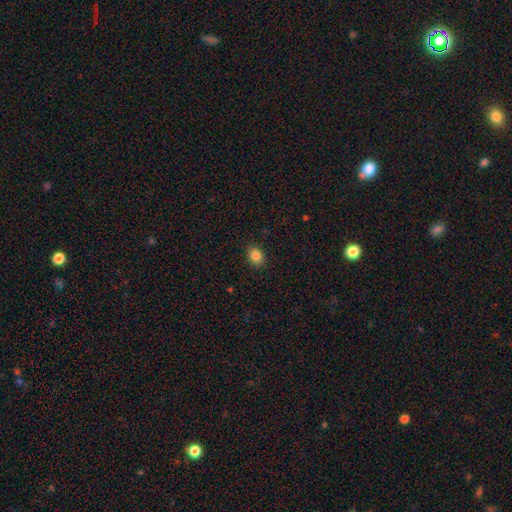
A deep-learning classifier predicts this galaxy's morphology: smooth_or_featured: smooth (p=0.85) [alt: star or artifact p=0.10]
how_rounded: in between (p=0.59) [alt: round p=0.40]
merging: none (p=0.89) [alt: minor disturbance p=0.08]